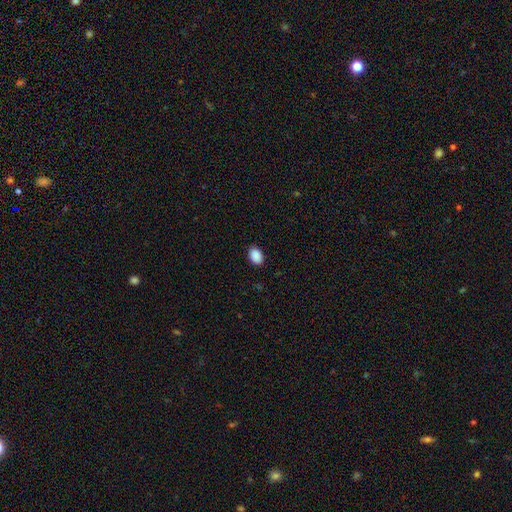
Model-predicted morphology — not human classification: Overall: smooth (90%). How rounded: in between (80%). Merging: none (89%).